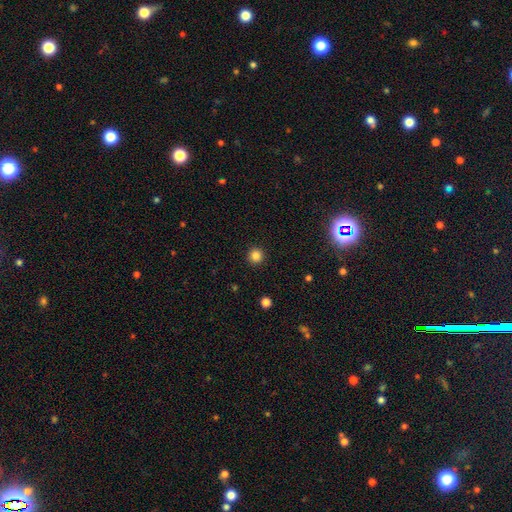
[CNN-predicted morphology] A smooth galaxy with no disk features (84%) that is round (96%).

Vote fractions:
- Smooth or featured? smooth: 84% / star or artifact: 12% / featured or disk: 3%
- How rounded? round: 96% / in between: 4% / cigar-shaped: 1%
- Merging? none: 93% / minor disturbance: 5% / major disturbance: 2% / merger: 1%